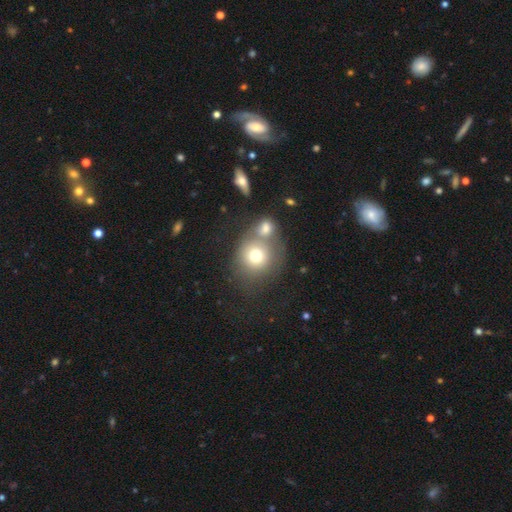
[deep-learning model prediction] Overall: smooth (73%). How rounded: round (86%). Merging: none (42%; merger 41%).